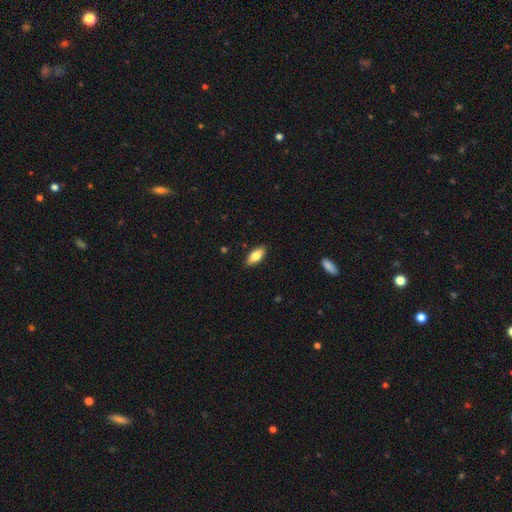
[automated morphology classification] This appears to be a smooth galaxy with no disk features (77%) that is in between round and cigar-shaped (84%). Merging: none (88%).